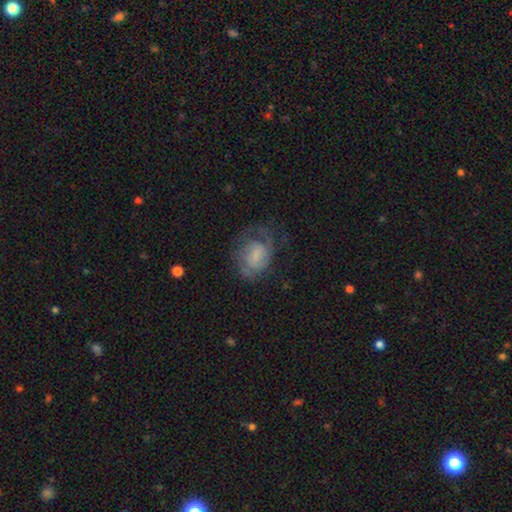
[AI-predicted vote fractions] featured or disk 58%, smooth 34%, star or artifact 8%. Down the decision tree: edge-on disk — no (97%); bar — weak (46%); spiral arms — yes (81%); bulge size — small (36%); merging — none (46%).